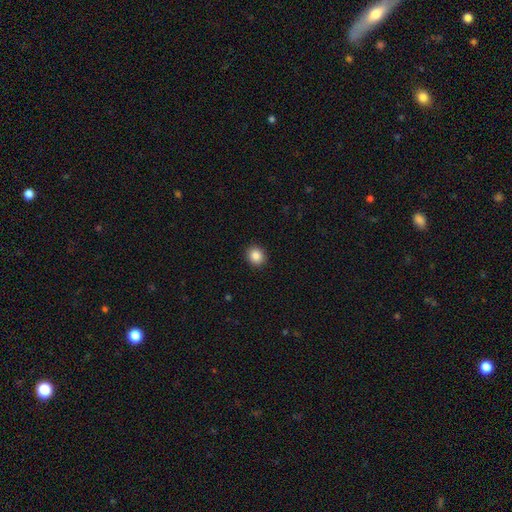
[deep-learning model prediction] A smooth galaxy with no disk features (87%) that is round (81%). Merging: none (92%).